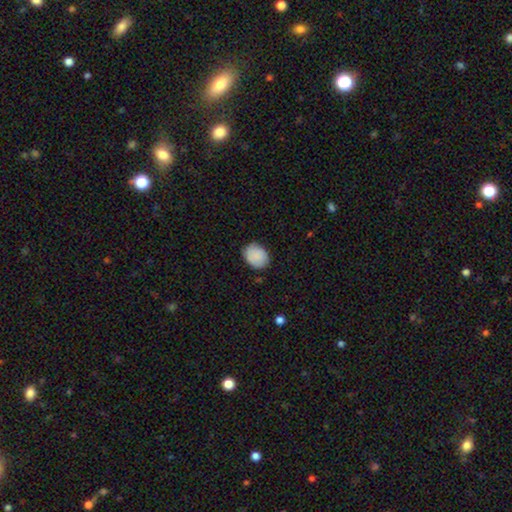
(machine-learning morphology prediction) The model was most divided on "how rounded": in between: 58%, round: 41%, cigar-shaped: 1%. More confident: smooth or featured — smooth (87%); merging — none (82%).